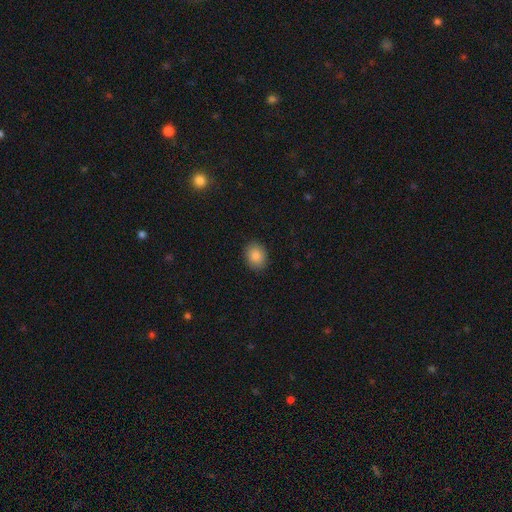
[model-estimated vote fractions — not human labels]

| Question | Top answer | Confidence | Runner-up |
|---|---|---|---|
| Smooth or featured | smooth | 87% | star or artifact (9%) |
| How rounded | in between | 53% | round (47%) |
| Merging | none | 89% | minor disturbance (8%) |